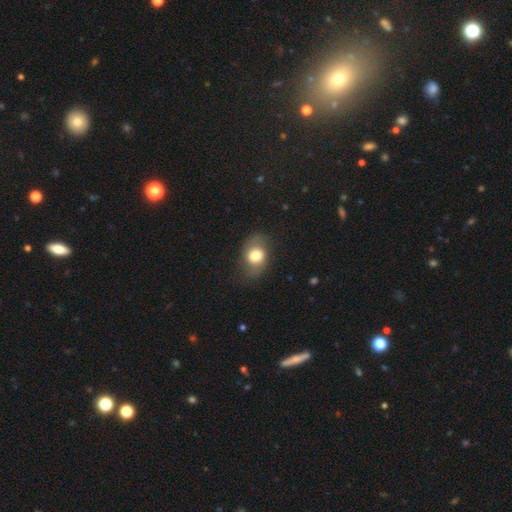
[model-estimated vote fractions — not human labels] Smooth or featured: smooth — 68% (featured or disk — 24%)
How rounded: in between — 64% (round — 35%)
Merging: none — 71% (minor disturbance — 19%)